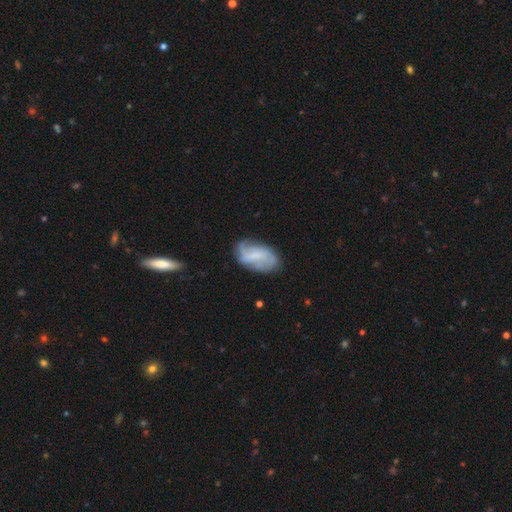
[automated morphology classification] This appears to be a featured or disk galaxy (56%) with a weak bar (48%), spiral arms (77%) and a small central bulge (41%). Merging: none (58%).